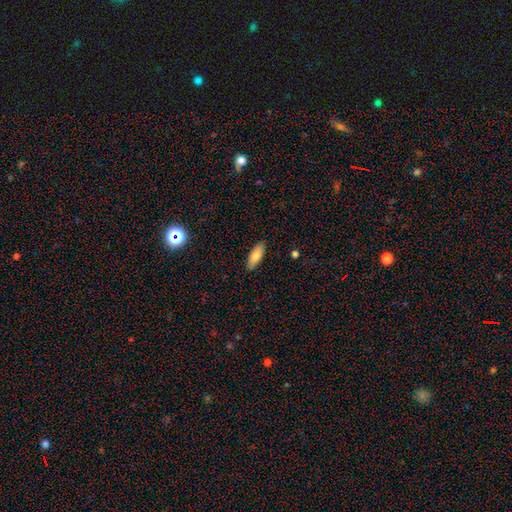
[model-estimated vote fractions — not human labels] smooth_or_featured: smooth (p=0.79) [alt: featured or disk p=0.15]
how_rounded: in between (p=0.71) [alt: cigar-shaped p=0.27]
merging: none (p=0.89) [alt: minor disturbance p=0.09]